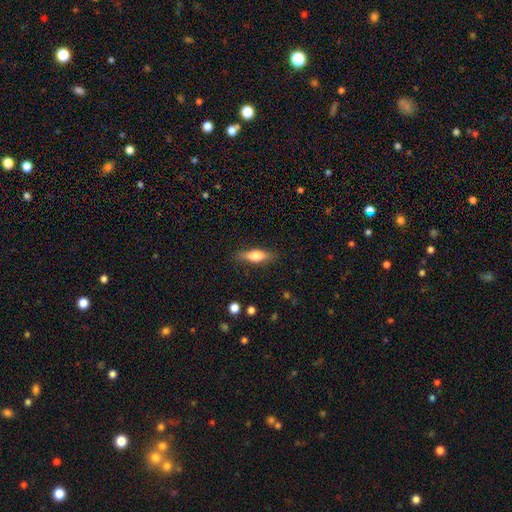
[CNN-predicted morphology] Smooth or featured: smooth — 70% (featured or disk — 23%)
How rounded: in between — 54% (cigar-shaped — 43%)
Merging: none — 83% (minor disturbance — 12%)